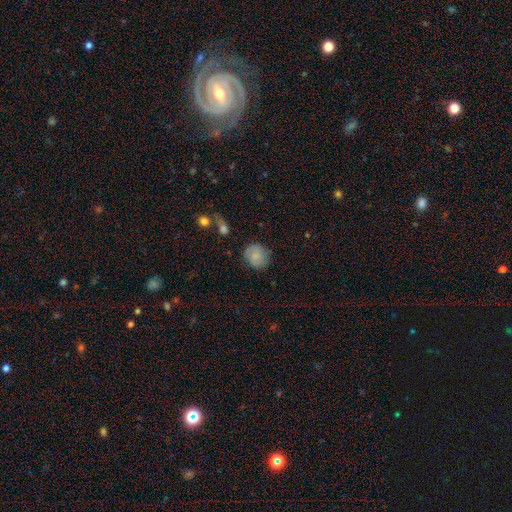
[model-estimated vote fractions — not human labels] Smooth or featured? Predicted: smooth (p=0.76). How rounded? Predicted: round (p=0.80). Merging? Predicted: none (p=0.78).